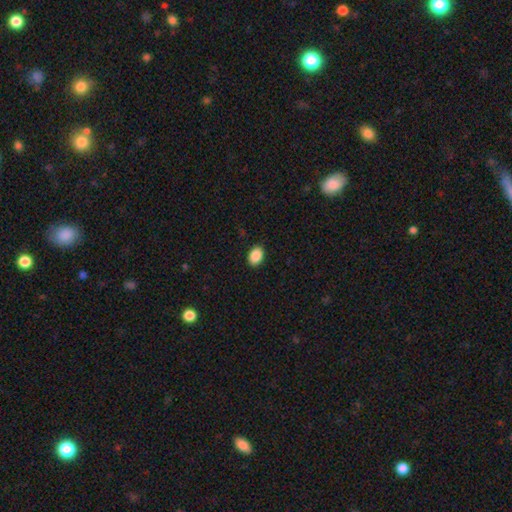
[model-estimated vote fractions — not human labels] Smooth or featured? Predicted: smooth (p=0.89). How rounded? Predicted: in between (p=0.79). Merging? Predicted: none (p=0.90).